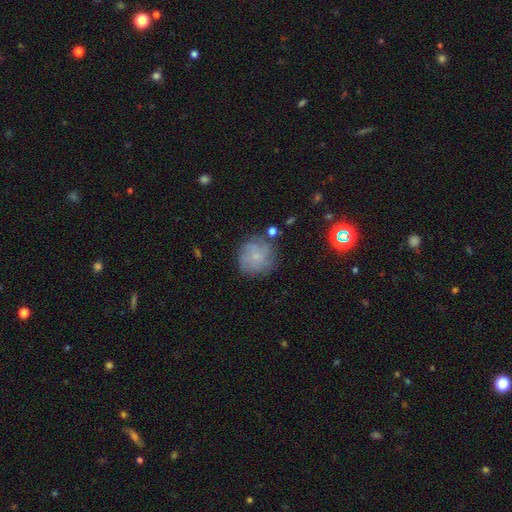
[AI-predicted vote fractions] The model was most divided on "smooth or featured": smooth: 50%, featured or disk: 38%, star or artifact: 13%. More confident: merging — none (70%).